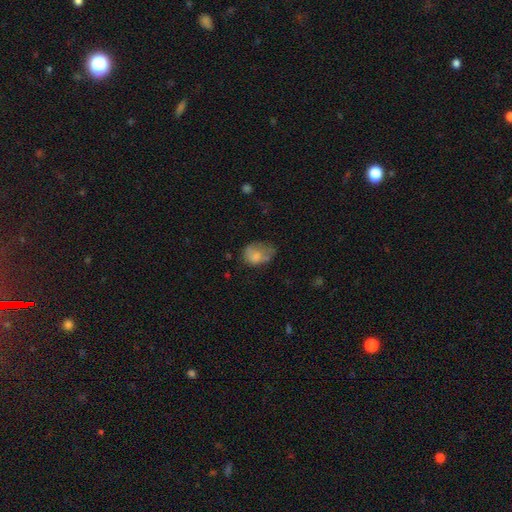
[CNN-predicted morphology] Smooth or featured?
  - smooth: 69% *
  - featured or disk: 20%
  - star or artifact: 10%
How rounded?
  - in between: 66% *
  - round: 33%
  - cigar-shaped: 1%
Merging?
  - minor disturbance: 34% *
  - none: 32%
  - major disturbance: 30%
  - merger: 5%